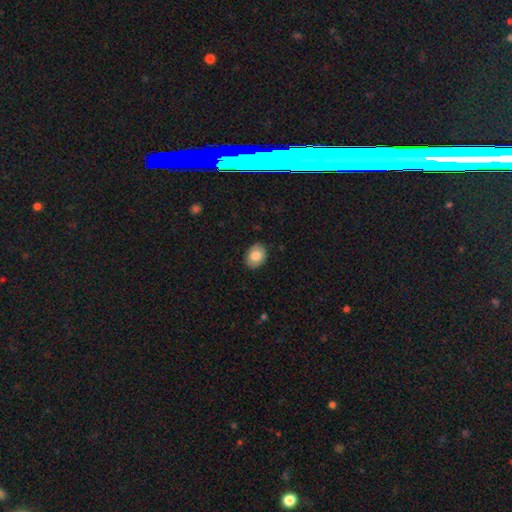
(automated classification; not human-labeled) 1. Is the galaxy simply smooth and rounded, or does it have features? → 80% smooth, 13% featured or disk, 7% star or artifact.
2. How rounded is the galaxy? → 66% in between, 33% round, 1% cigar-shaped.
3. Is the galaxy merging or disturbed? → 87% none, 10% minor disturbance, 2% major disturbance, 1% merger.